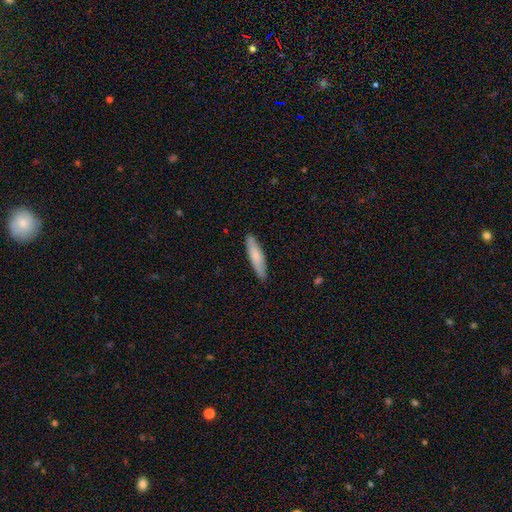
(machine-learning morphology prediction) Overall: smooth (75%). How rounded: cigar-shaped (79%). Merging: none (87%).